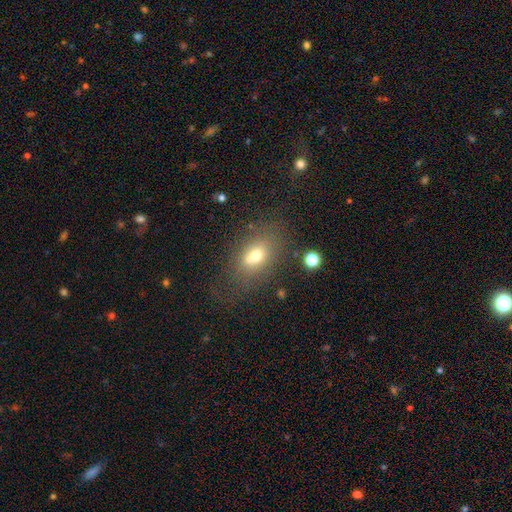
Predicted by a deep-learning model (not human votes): Q: Smooth or featured?
A: smooth (64%); runner-up: featured or disk (22%)
Q: How rounded?
A: in between (73%); runner-up: round (24%)
Q: Merging?
A: none (51%); runner-up: merger (22%)